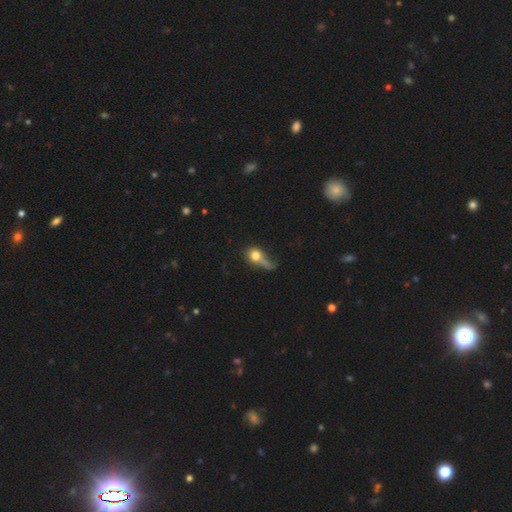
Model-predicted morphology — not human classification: Smooth or featured? Predicted: smooth (p=0.70). How rounded? Predicted: round (p=0.56). Merging? Predicted: major disturbance (p=0.37).